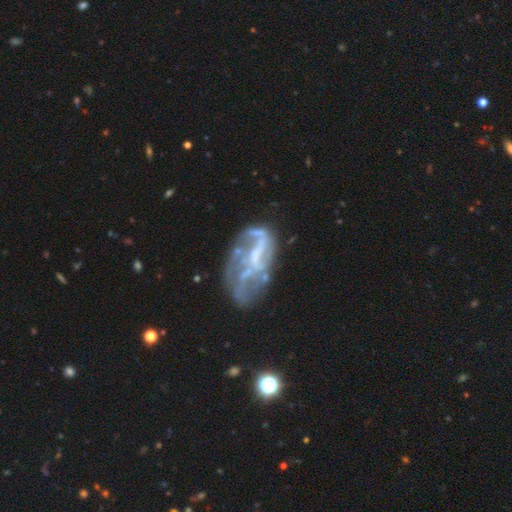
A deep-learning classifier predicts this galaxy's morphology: Smooth or featured? Predicted: featured or disk (p=0.74). Edge-on disk? Predicted: no (p=0.96). Bar? Predicted: no (p=0.47). Spiral arms? Predicted: yes (p=0.54). Bulge size? Predicted: none (p=0.52). Merging? Predicted: none (p=0.37).